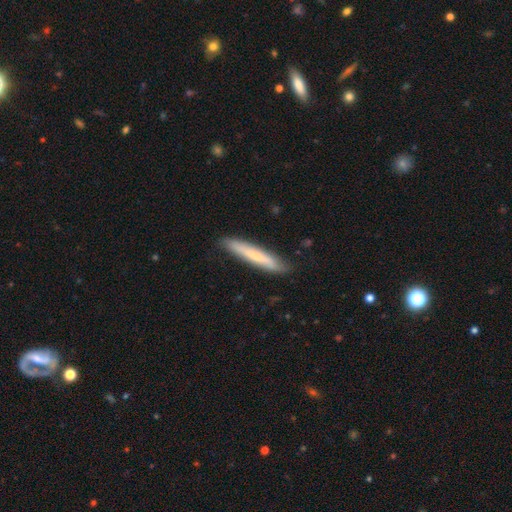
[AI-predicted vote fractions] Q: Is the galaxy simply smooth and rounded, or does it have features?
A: smooth — 62%.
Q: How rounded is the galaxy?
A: cigar-shaped — 94%.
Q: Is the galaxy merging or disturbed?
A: none — 87%.